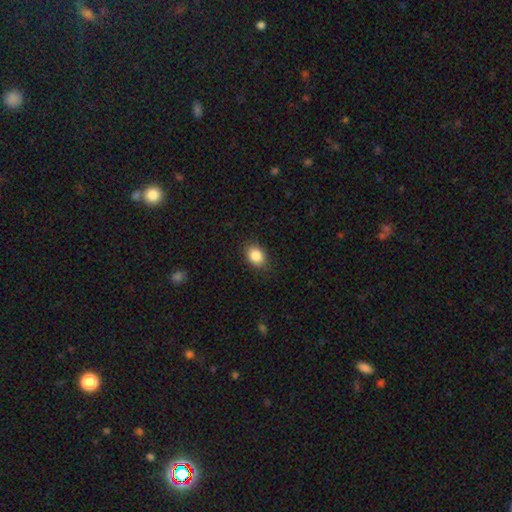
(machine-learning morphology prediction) A smooth galaxy with no disk features (87%) that is in between round and cigar-shaped (70%).

Vote fractions:
- Smooth or featured? smooth: 87% / star or artifact: 8% / featured or disk: 5%
- How rounded? in between: 70% / round: 29% / cigar-shaped: 1%
- Merging? none: 86% / minor disturbance: 11% / major disturbance: 3% / merger: 1%